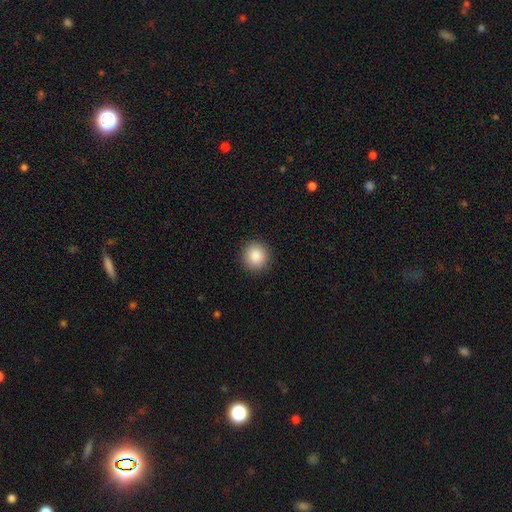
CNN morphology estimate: smooth-or-featured: smooth: 87% | star or artifact: 8% | featured or disk: 5%
  how-rounded: round: 91% | in between: 8% | cigar-shaped: 1%
  merging: none: 90% | minor disturbance: 7% | major disturbance: 2% | merger: 1%